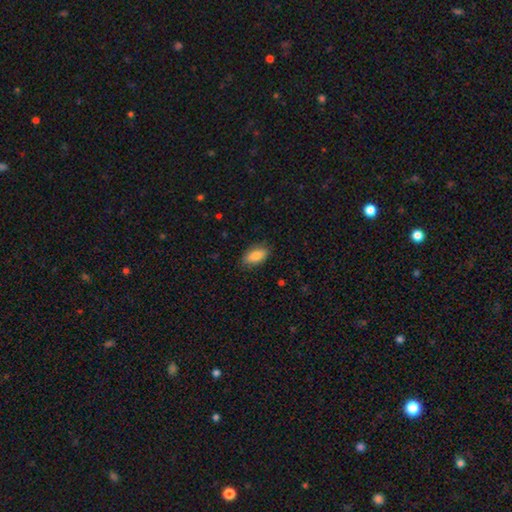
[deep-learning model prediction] Q: Smooth or featured?
A: smooth (84%); runner-up: featured or disk (9%)
Q: How rounded?
A: in between (91%); runner-up: cigar-shaped (5%)
Q: Merging?
A: none (82%); runner-up: minor disturbance (14%)